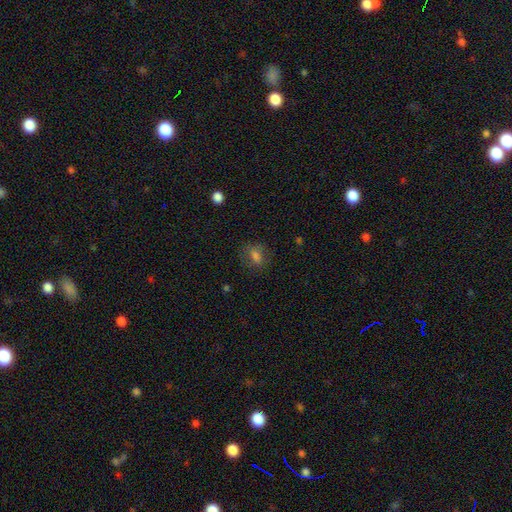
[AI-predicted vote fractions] This appears to be a smooth galaxy with no disk features (71%) that is in between round and cigar-shaped (61%). Merging: none (75%).